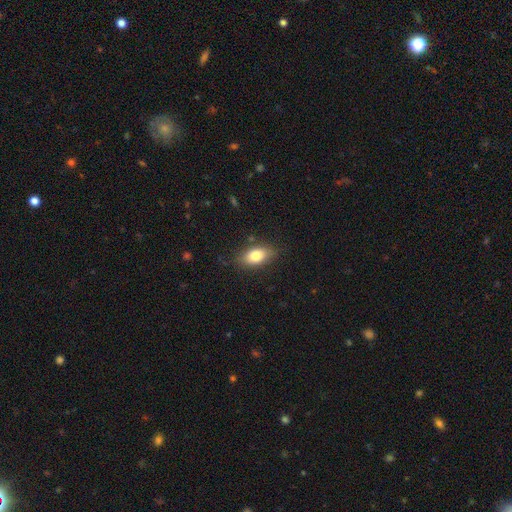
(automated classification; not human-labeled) Morphology: type=smooth (79%); roundness=in between (87%); merging=none (81%).